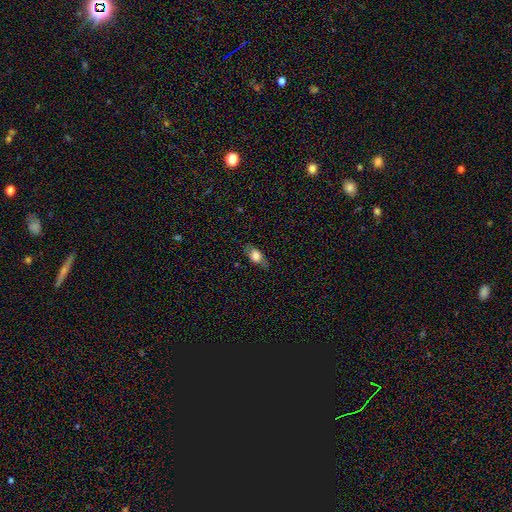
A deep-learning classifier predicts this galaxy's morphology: smooth 69%, featured or disk 22%, star or artifact 9%. Down the decision tree: how rounded — in between (77%); merging — none (73%).